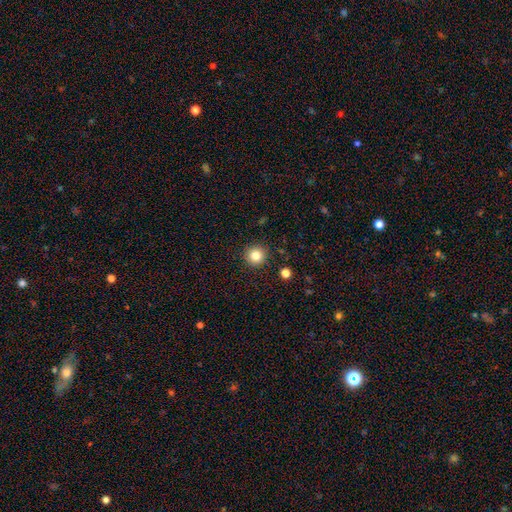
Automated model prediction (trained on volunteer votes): Q: Smooth or featured?
A: smooth (82%); runner-up: star or artifact (11%)
Q: How rounded?
A: round (95%); runner-up: in between (4%)
Q: Merging?
A: none (92%); runner-up: minor disturbance (5%)